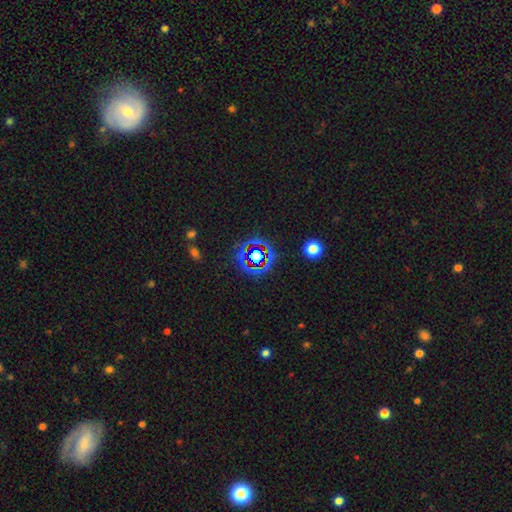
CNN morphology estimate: Overall: star or artifact (65%).